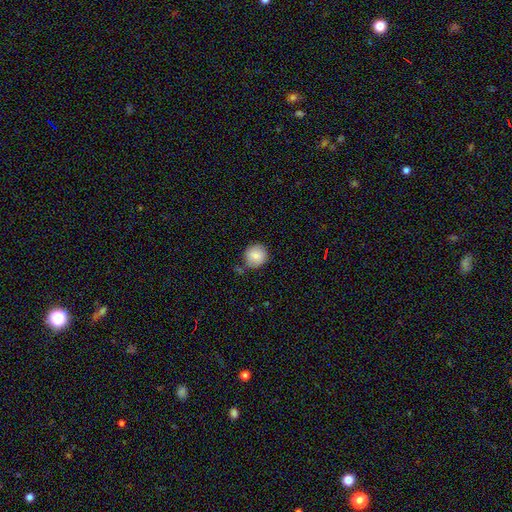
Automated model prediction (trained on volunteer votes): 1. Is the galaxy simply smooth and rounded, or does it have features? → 84% smooth, 8% star or artifact, 8% featured or disk.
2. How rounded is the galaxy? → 90% round, 9% in between, 1% cigar-shaped.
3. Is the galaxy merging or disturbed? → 72% none, 19% minor disturbance, 5% merger, 4% major disturbance.